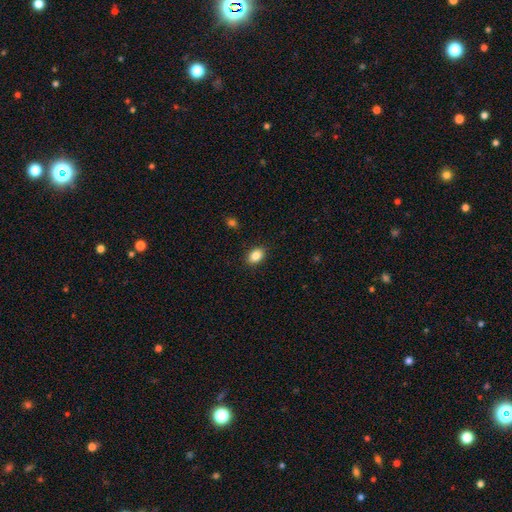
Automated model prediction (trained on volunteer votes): A smooth galaxy with no disk features (86%) that is in between round and cigar-shaped (80%). Merging: none (89%).